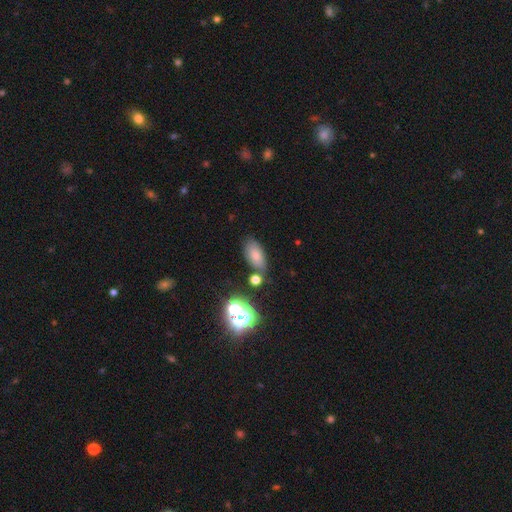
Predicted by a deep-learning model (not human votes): A smooth galaxy with no disk features (69%) that is in between round and cigar-shaped (88%).

Vote fractions:
- Smooth or featured? smooth: 69% / star or artifact: 16% / featured or disk: 15%
- How rounded? in between: 88% / round: 8% / cigar-shaped: 4%
- Merging? none: 71% / minor disturbance: 15% / merger: 9% / major disturbance: 5%